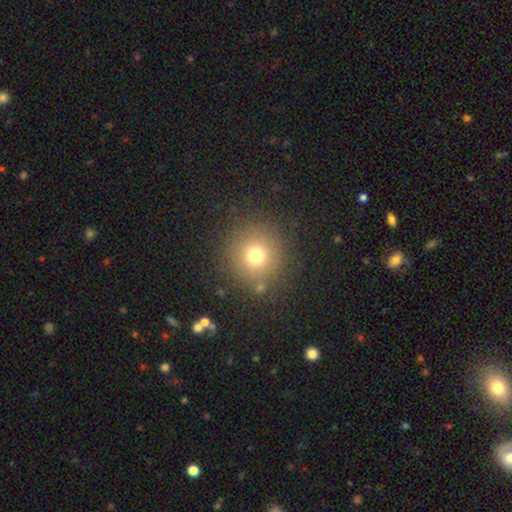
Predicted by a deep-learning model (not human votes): Smooth or featured? Predicted: smooth (p=0.71). How rounded? Predicted: round (p=0.93). Merging? Predicted: none (p=0.85).